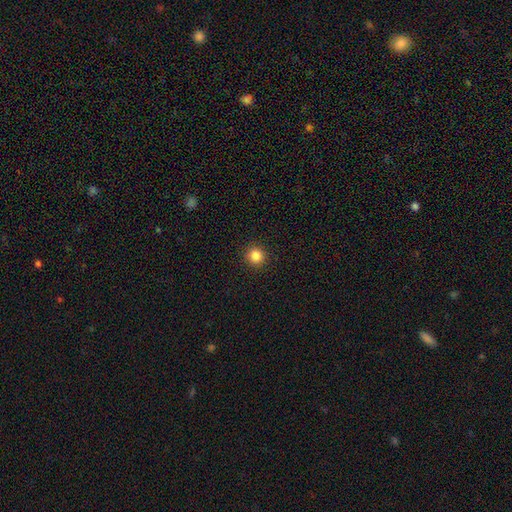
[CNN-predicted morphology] Overall: smooth (84%). How rounded: round (93%). Merging: none (92%).